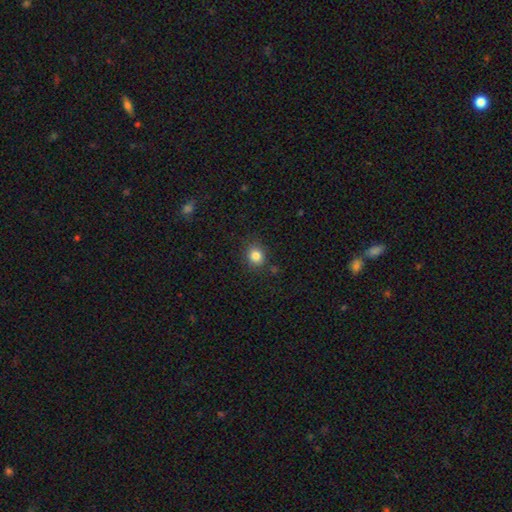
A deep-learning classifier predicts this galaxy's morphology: This is clearly a smooth galaxy (83%). How rounded: likely round (74%). Merging: clearly none (84%).